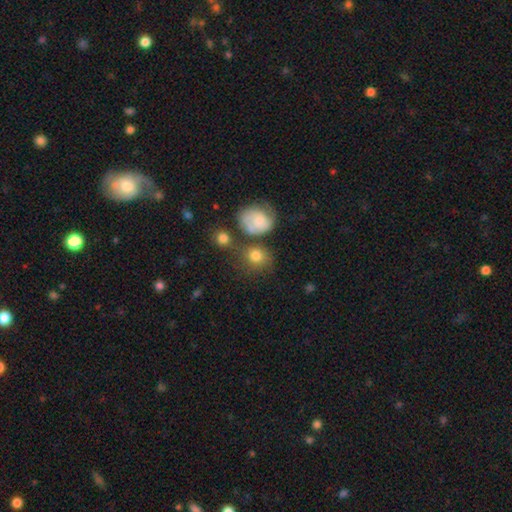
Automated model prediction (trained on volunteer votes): smooth_or_featured: smooth (p=0.76) [alt: featured or disk p=0.15]
how_rounded: round (p=0.75) [alt: in between p=0.23]
merging: none (p=0.56) [alt: merger p=0.19]